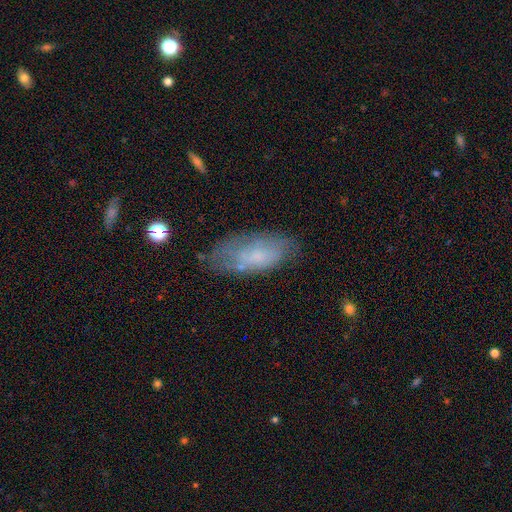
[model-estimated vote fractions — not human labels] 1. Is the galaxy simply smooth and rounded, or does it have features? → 56% smooth, 35% featured or disk, 9% star or artifact.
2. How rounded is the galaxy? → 86% in between, 11% cigar-shaped, 2% round.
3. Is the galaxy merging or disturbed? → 62% none, 25% minor disturbance, 10% major disturbance, 3% merger.